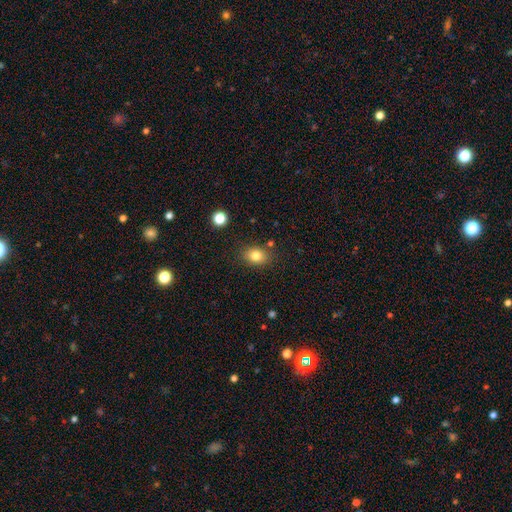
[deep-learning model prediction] Smooth or featured? smooth (81%)
How rounded? in between (59%)
Merging? none (82%)